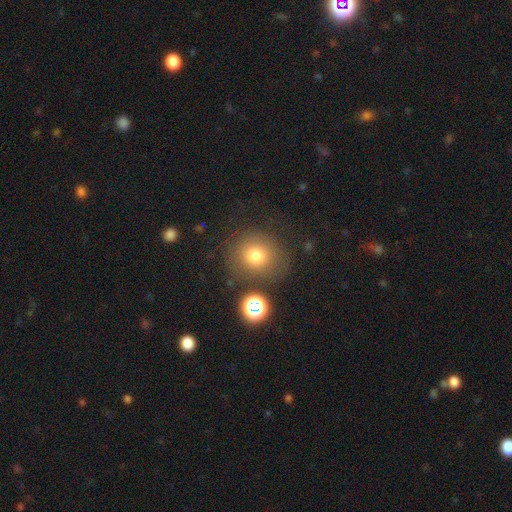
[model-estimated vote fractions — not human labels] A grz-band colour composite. It shows a smooth galaxy with no disk features (76%) that is round (86%). Merging: none (75%).